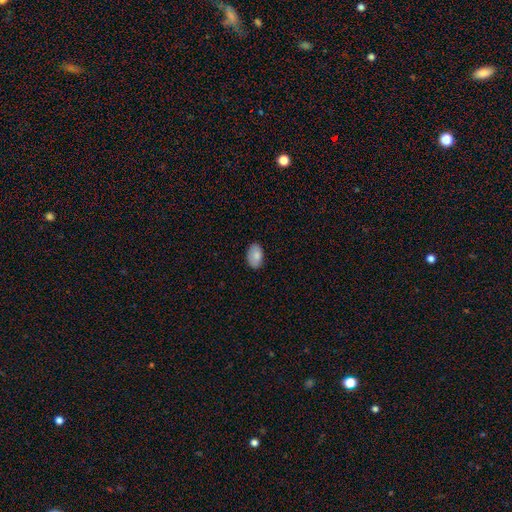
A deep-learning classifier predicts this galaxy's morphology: Smooth or featured?
  - smooth: 84% *
  - featured or disk: 9%
  - star or artifact: 7%
How rounded?
  - in between: 91% *
  - round: 8%
  - cigar-shaped: 1%
Merging?
  - none: 85% *
  - minor disturbance: 12%
  - major disturbance: 2%
  - merger: 1%